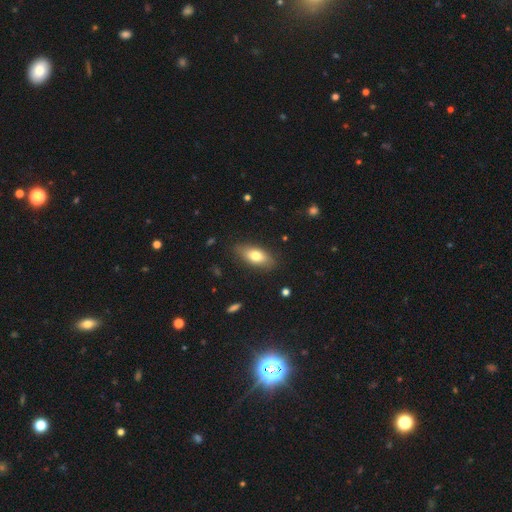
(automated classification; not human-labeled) Smooth or featured? Predicted: smooth (p=0.73). How rounded? Predicted: in between (p=0.82). Merging? Predicted: none (p=0.83).